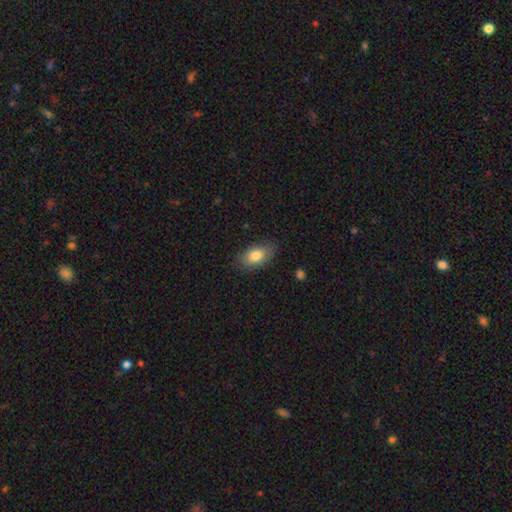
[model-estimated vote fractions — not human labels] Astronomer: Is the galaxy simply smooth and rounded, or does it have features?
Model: smooth — 81%.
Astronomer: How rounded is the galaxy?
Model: in between — 90%.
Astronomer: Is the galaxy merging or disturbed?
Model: none — 84%.